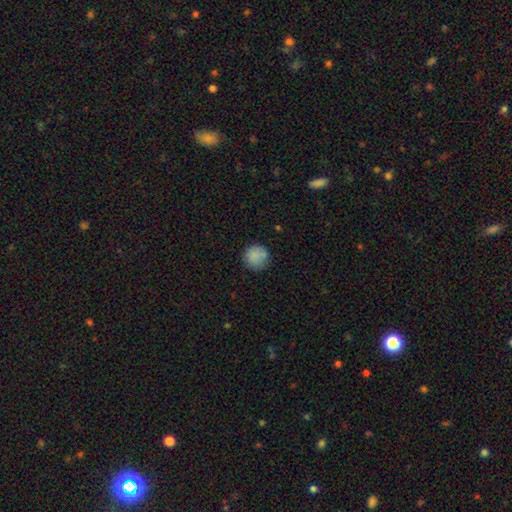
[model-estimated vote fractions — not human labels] Q: Smooth or featured?
A: smooth (85%); runner-up: star or artifact (9%)
Q: How rounded?
A: round (93%); runner-up: in between (6%)
Q: Merging?
A: none (82%); runner-up: minor disturbance (13%)